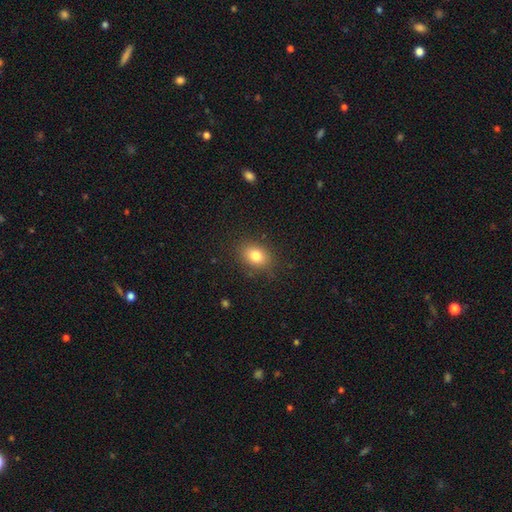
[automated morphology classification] type=smooth (81%); roundness=in between (63%); merging=none (85%).